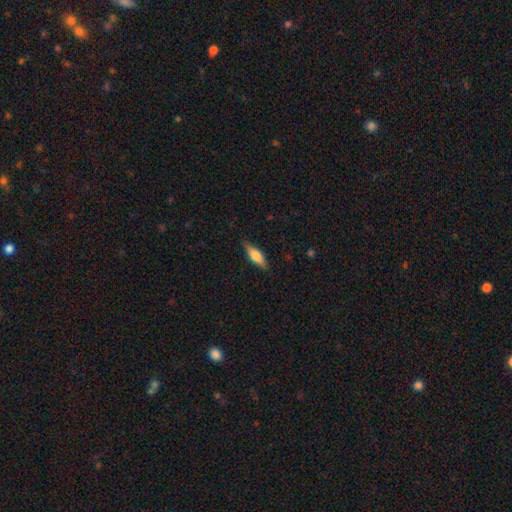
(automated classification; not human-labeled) The model was most divided on "how rounded": in between: 49%, cigar-shaped: 48%, round: 3%. More confident: merging — none (85%); smooth or featured — smooth (52%).